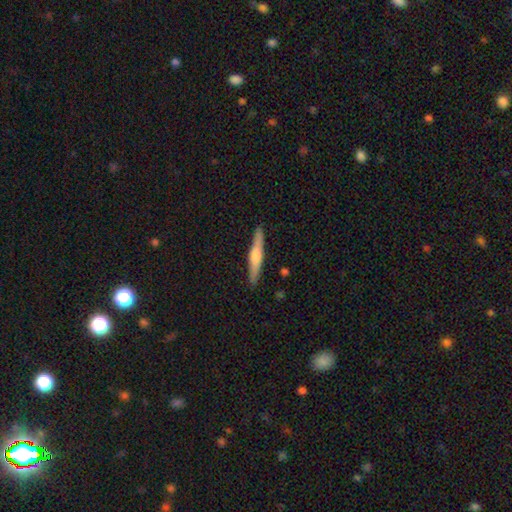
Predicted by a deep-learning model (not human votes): The model was most divided on "smooth or featured": featured or disk: 58%, smooth: 37%, star or artifact: 6%. More confident: edge-on disk — yes (97%); merging — none (91%); edge-on bulge — rounded (76%).